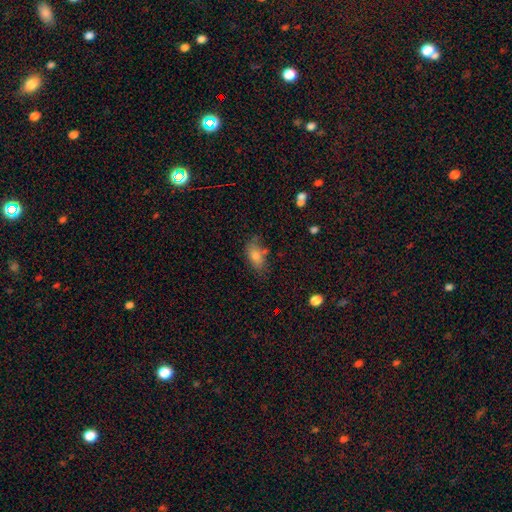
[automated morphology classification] This is likely a smooth galaxy (73%). How rounded: clearly in between (84%). Merging: likely none (66%).